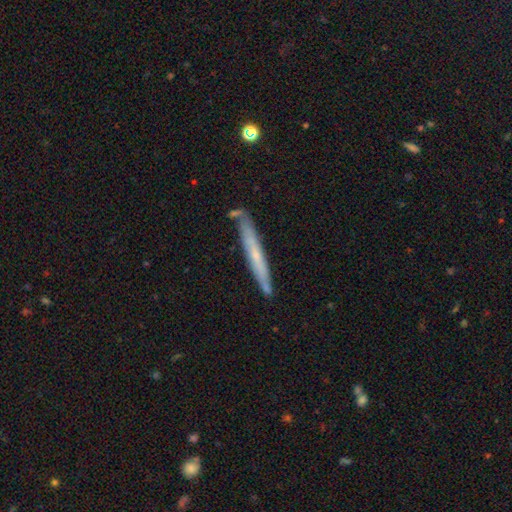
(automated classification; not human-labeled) This appears to be a featured or disk galaxy (51%) viewed edge-on (89%). Merging: none (79%).